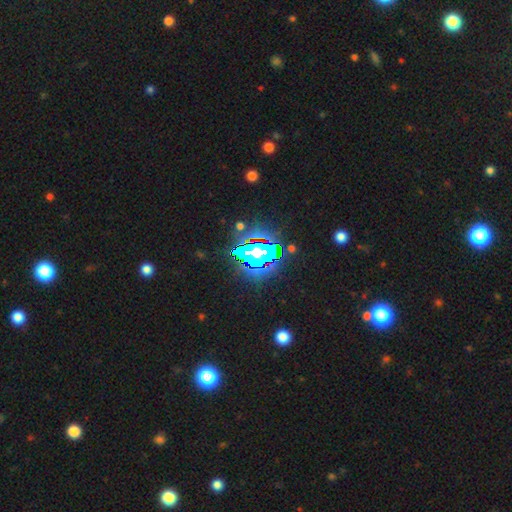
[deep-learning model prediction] smooth-or-featured: star or artifact: 66% | smooth: 18% | featured or disk: 16%